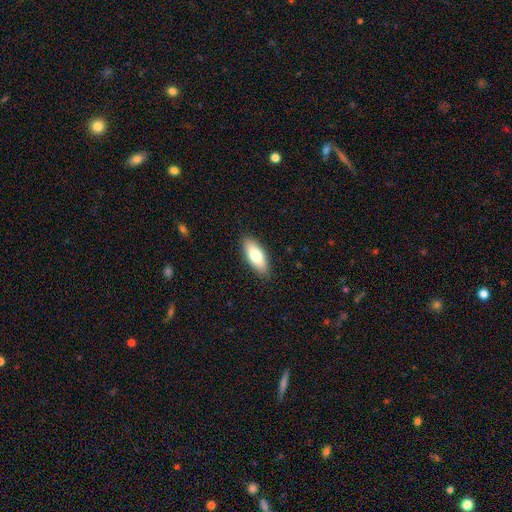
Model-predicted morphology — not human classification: Q: Smooth or featured?
A: smooth (74%); runner-up: featured or disk (20%)
Q: How rounded?
A: in between (78%); runner-up: cigar-shaped (19%)
Q: Merging?
A: none (89%); runner-up: minor disturbance (8%)